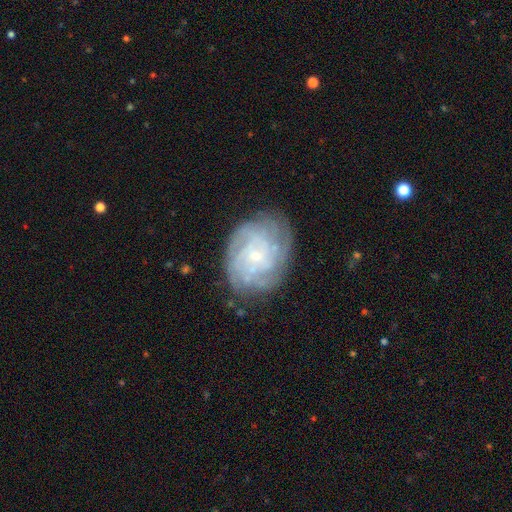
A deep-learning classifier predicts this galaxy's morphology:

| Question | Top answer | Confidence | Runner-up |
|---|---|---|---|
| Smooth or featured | featured or disk | 79% | smooth (14%) |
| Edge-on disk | no | 97% | yes (3%) |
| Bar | no | 75% | weak (21%) |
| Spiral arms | yes | 92% | no (8%) |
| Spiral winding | tight | 72% | medium (22%) |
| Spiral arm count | can't tell | 39% | 4 (20%) |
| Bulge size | small | 81% | moderate (15%) |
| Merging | none | 77% | minor disturbance (16%) |